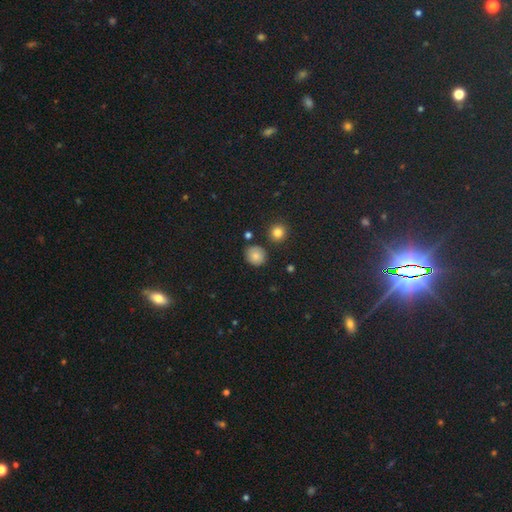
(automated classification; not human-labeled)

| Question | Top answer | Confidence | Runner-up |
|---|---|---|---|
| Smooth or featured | smooth | 81% | star or artifact (12%) |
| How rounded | round | 86% | in between (13%) |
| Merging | none | 82% | minor disturbance (11%) |